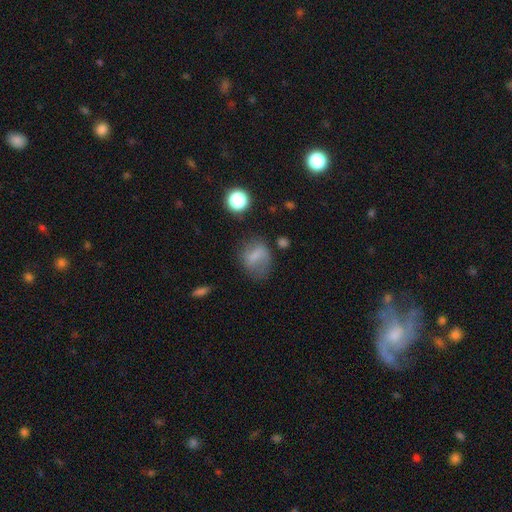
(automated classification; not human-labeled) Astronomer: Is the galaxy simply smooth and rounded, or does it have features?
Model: smooth — 62%.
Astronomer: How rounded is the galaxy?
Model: in between — 52% (runner-up: round, 45%).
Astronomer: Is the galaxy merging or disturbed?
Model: none — 54%.